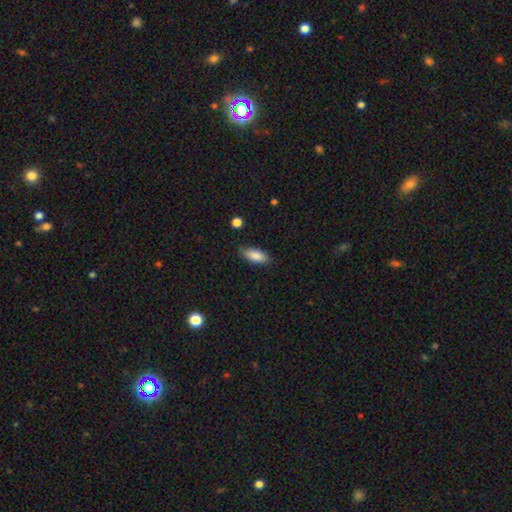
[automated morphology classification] smooth-or-featured: smooth: 85% | featured or disk: 8% | star or artifact: 7%
  how-rounded: in between: 84% | cigar-shaped: 14% | round: 2%
  merging: none: 84% | minor disturbance: 12% | major disturbance: 2% | merger: 1%